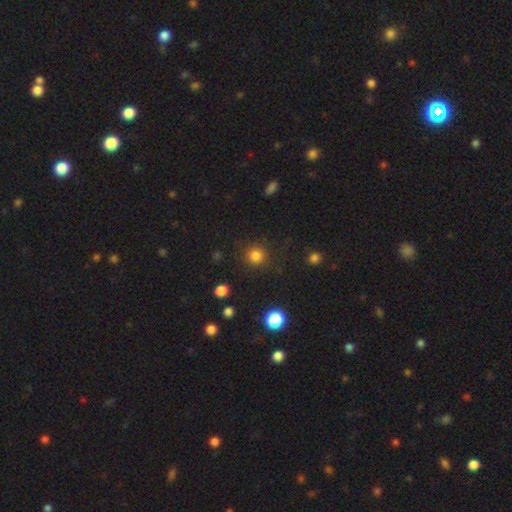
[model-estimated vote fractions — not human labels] smooth 82%, star or artifact 14%, featured or disk 5%. Down the decision tree: how rounded — round (93%); merging — none (88%).